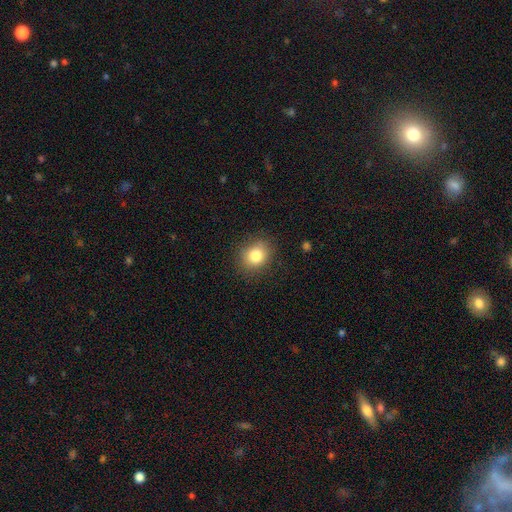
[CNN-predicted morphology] smooth-or-featured: smooth: 82% | star or artifact: 10% | featured or disk: 8%
  how-rounded: round: 70% | in between: 29% | cigar-shaped: 1%
  merging: none: 85% | minor disturbance: 11% | major disturbance: 3% | merger: 1%